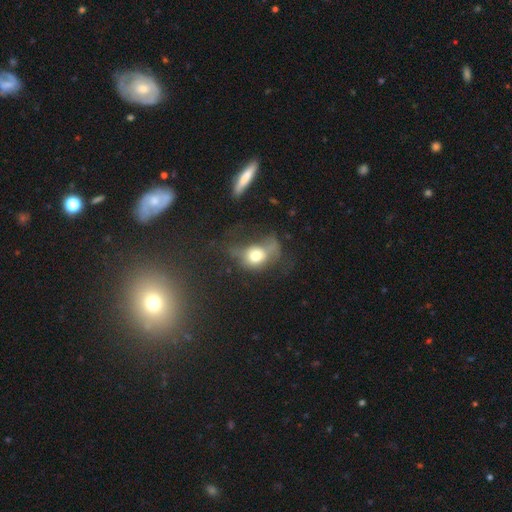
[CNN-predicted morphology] A smooth galaxy with no disk features (63%) that is round (49%, tied with in between).

Vote fractions:
- Smooth or featured? smooth: 63% / featured or disk: 24% / star or artifact: 13%
- How rounded? round: 49% (tied) / in between: 49% (tied) / cigar-shaped: 2%
- Merging? major disturbance: 45% / none: 26% / minor disturbance: 21% / merger: 8%